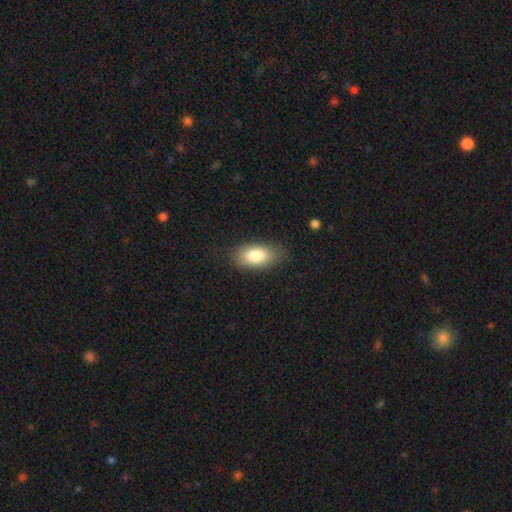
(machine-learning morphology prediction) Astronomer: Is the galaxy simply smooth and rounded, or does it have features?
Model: smooth — 83%.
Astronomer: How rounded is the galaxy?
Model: in between — 91%.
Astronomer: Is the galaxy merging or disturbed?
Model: none — 81%.